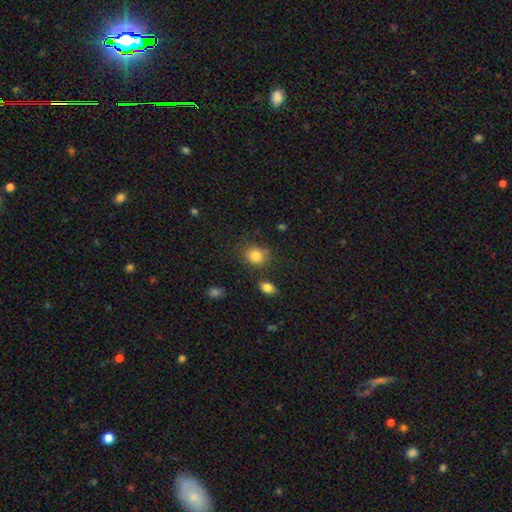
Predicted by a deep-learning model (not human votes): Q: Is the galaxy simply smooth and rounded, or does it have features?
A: smooth — 83%.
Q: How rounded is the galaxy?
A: round — 62%.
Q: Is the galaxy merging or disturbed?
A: none — 75%.